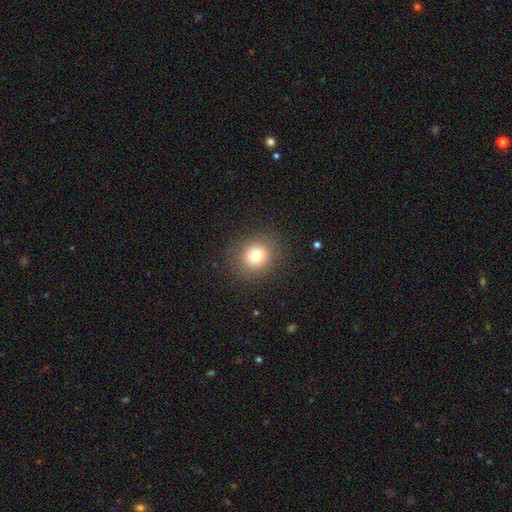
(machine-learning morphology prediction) Overall: smooth (78%). How rounded: round (82%). Merging: none (88%).